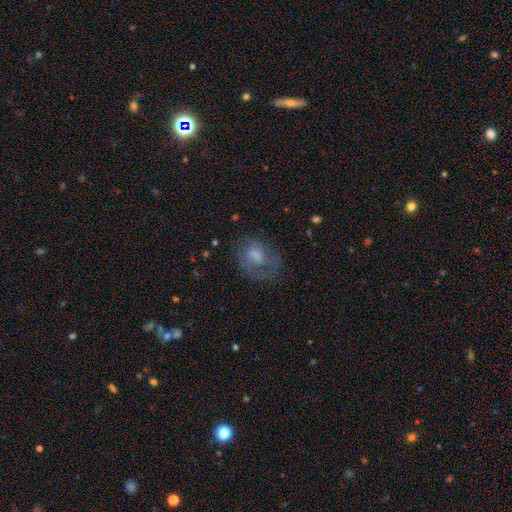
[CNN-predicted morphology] Smooth or featured?
  - smooth: 48% *
  - featured or disk: 41%
  - star or artifact: 11%
Merging?
  - none: 49% *
  - major disturbance: 26%
  - minor disturbance: 23%
  - merger: 2%